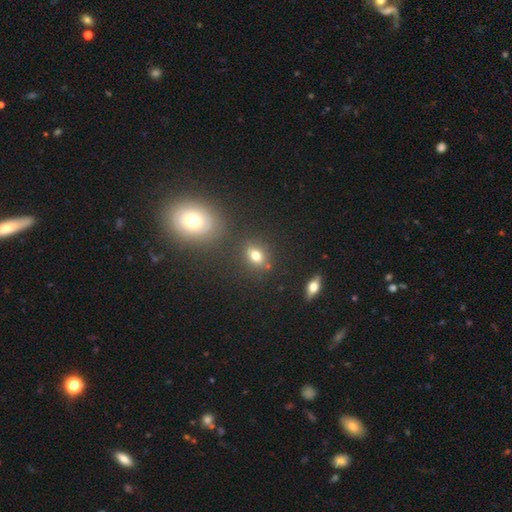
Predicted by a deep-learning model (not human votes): Morphology: type=smooth (74%); roundness=in between (56%); merging=none (81%).